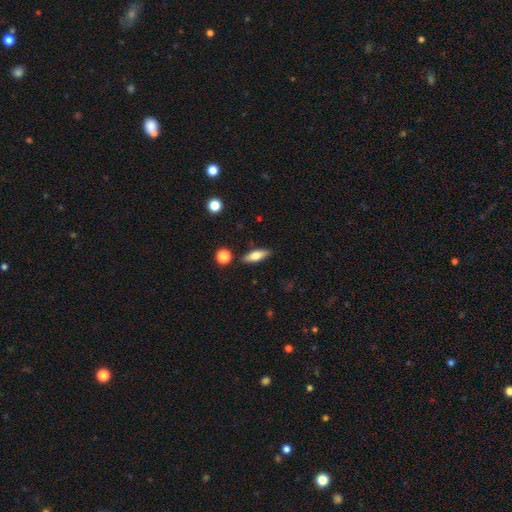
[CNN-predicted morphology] Smooth or featured? Predicted: smooth (p=0.64). How rounded? Predicted: in between (p=0.55). Merging? Predicted: none (p=0.85).